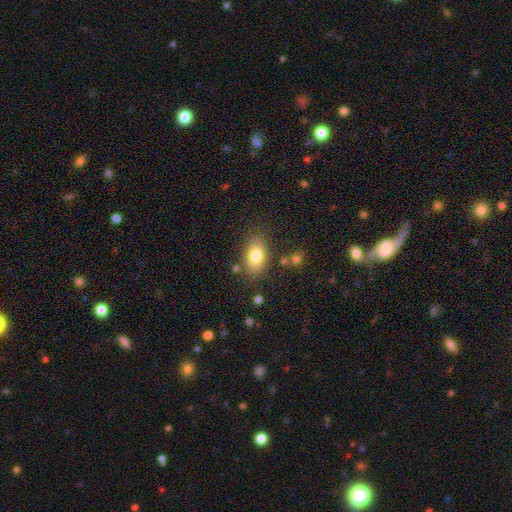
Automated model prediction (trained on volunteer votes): smooth-or-featured: smooth: 80% | featured or disk: 12% | star or artifact: 8%
  how-rounded: in between: 88% | round: 10% | cigar-shaped: 2%
  merging: none: 80% | minor disturbance: 12% | major disturbance: 4% | merger: 4%